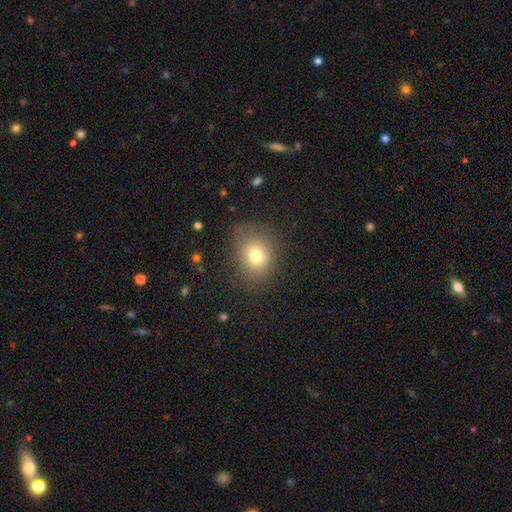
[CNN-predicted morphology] This appears to be a smooth galaxy with no disk features (75%) that is round (61%). Merging: none (75%).